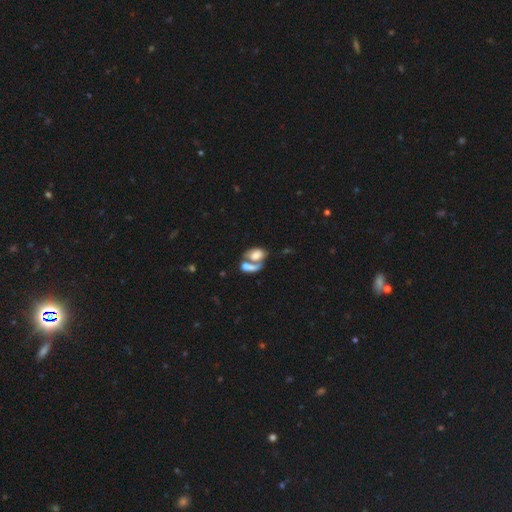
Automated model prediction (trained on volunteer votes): smooth 69%, featured or disk 22%, star or artifact 9%. Down the decision tree: how rounded — in between (86%); merging — merger (64%).